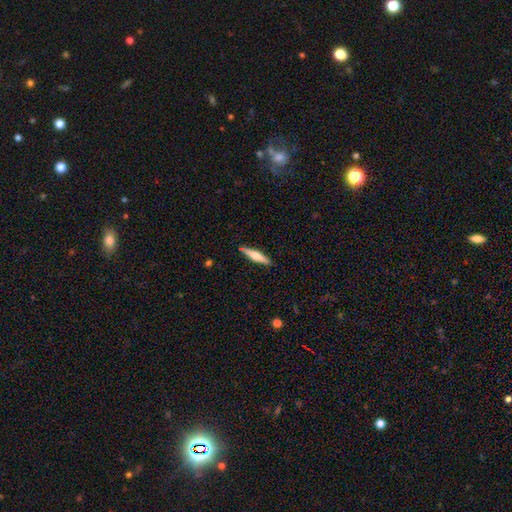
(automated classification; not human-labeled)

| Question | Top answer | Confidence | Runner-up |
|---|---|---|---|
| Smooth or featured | smooth | 48% | featured or disk (46%) |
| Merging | none | 89% | minor disturbance (8%) |